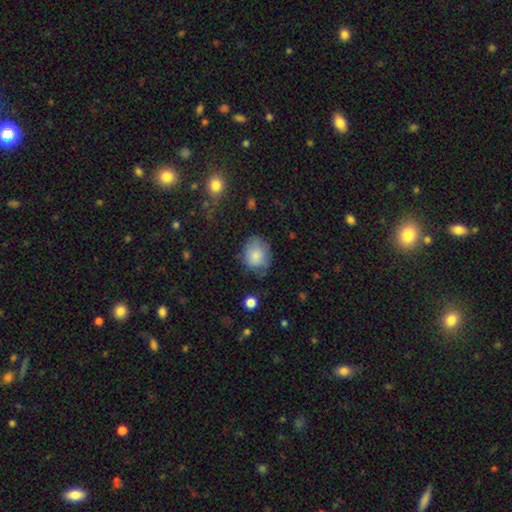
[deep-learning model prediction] smooth-or-featured: smooth: 83% | featured or disk: 9% | star or artifact: 8%
  how-rounded: round: 55% | in between: 44% | cigar-shaped: 1%
  merging: none: 61% | minor disturbance: 28% | major disturbance: 9% | merger: 2%